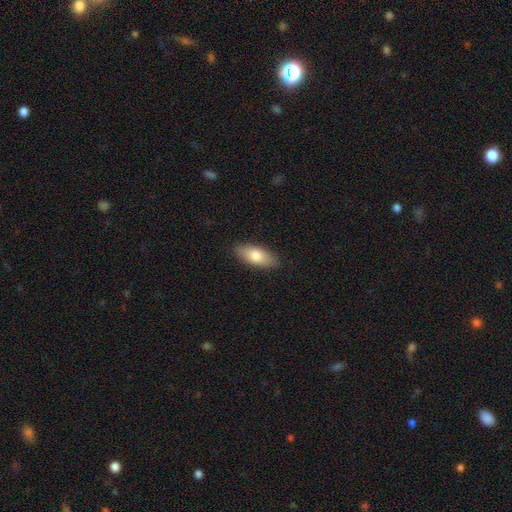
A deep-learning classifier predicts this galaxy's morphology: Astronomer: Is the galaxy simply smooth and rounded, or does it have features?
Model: smooth — 77%.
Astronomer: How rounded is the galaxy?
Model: in between — 80%.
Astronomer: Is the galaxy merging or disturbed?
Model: none — 88%.